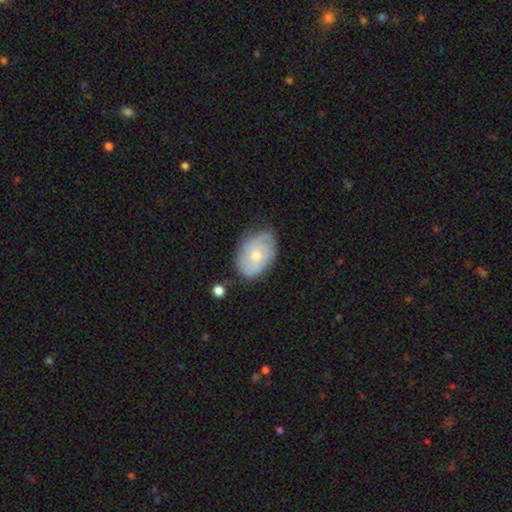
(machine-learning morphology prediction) Smooth or featured? featured or disk (55%)
Edge-on disk? no (96%)
Bar? no (80%)
Spiral arms? yes (77%)
Bulge size? moderate (53%)
Merging? none (64%)